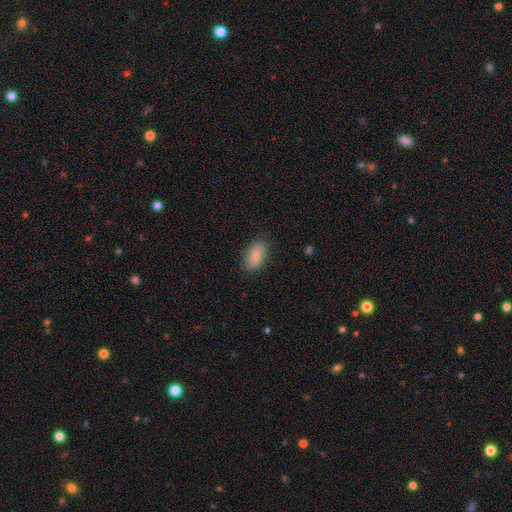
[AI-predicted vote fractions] smooth-or-featured: smooth: 84% | featured or disk: 9% | star or artifact: 7%
  how-rounded: in between: 93% | round: 5% | cigar-shaped: 2%
  merging: none: 84% | minor disturbance: 12% | major disturbance: 3% | merger: 1%